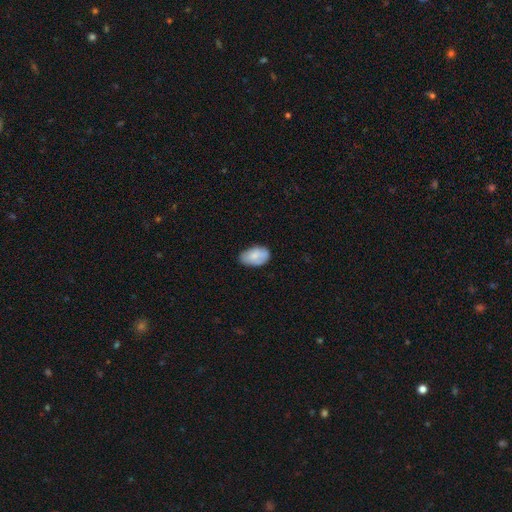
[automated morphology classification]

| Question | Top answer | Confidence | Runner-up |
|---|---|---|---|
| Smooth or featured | smooth | 81% | featured or disk (13%) |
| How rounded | in between | 92% | round (6%) |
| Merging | none | 73% | minor disturbance (22%) |